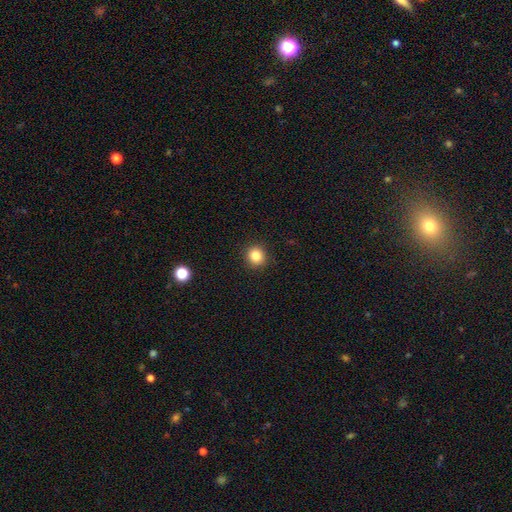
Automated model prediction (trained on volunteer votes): Smooth or featured?
  - smooth: 84% *
  - star or artifact: 11%
  - featured or disk: 5%
How rounded?
  - round: 90% *
  - in between: 9%
  - cigar-shaped: 1%
Merging?
  - none: 92% *
  - minor disturbance: 5%
  - major disturbance: 2%
  - merger: 1%